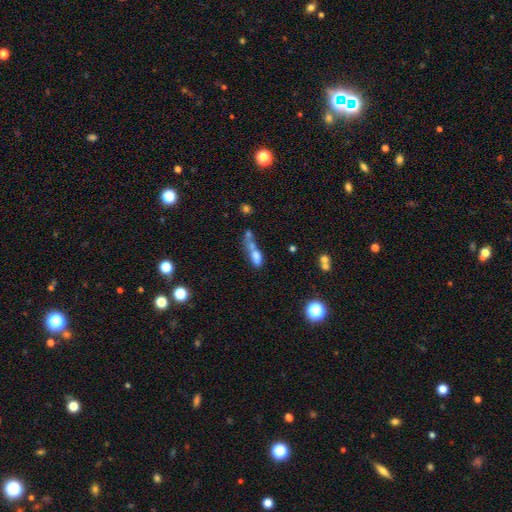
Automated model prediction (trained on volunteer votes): A smooth galaxy with no disk features (65%) that is in between round and cigar-shaped (62%).

Vote fractions:
- Smooth or featured? smooth: 65% / featured or disk: 22% / star or artifact: 13%
- How rounded? in between: 62% / cigar-shaped: 29% / round: 8%
- Merging? merger: 58% / none: 18% / major disturbance: 13% / minor disturbance: 11%